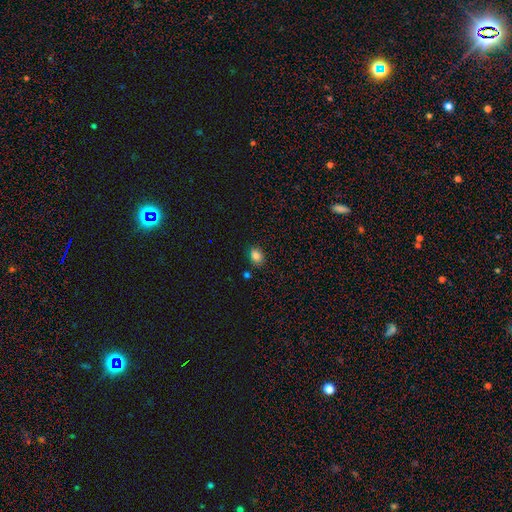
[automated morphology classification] The model was most divided on "how rounded": in between: 55%, round: 44%, cigar-shaped: 1%. More confident: smooth or featured — smooth (82%); merging — none (78%).